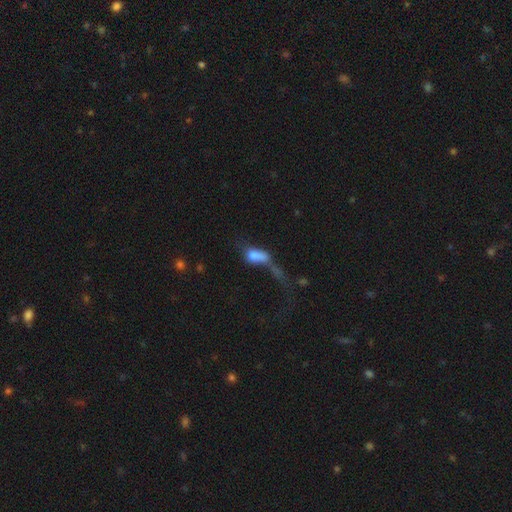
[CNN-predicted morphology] type=smooth (66%); roundness=in between (79%); merging=major disturbance (41%).